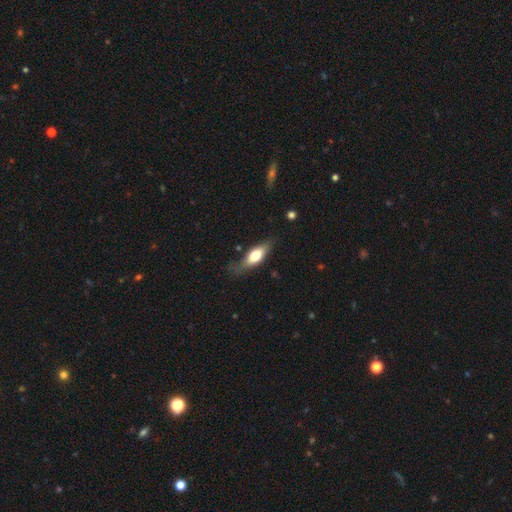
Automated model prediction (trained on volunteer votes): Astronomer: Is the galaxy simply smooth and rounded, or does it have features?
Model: smooth — 61%.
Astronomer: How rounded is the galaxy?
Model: in between — 68%.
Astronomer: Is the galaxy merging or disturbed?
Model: none — 62%.